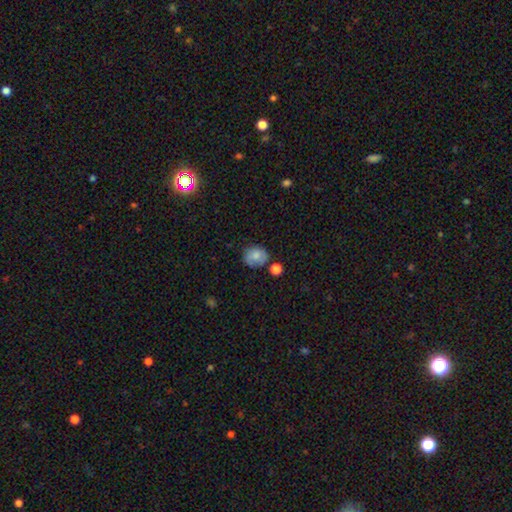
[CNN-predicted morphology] This appears to be a smooth galaxy with no disk features (76%) that is round (64%). Merging: none (65%).